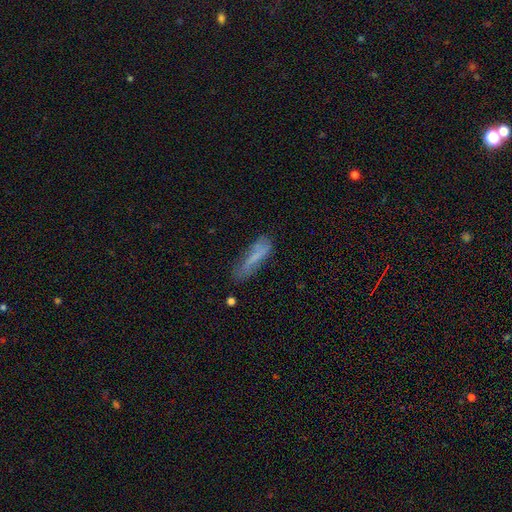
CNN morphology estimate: This appears to be a smooth galaxy with no disk features (55%) that is cigar-shaped (68%). Merging: none (56%).